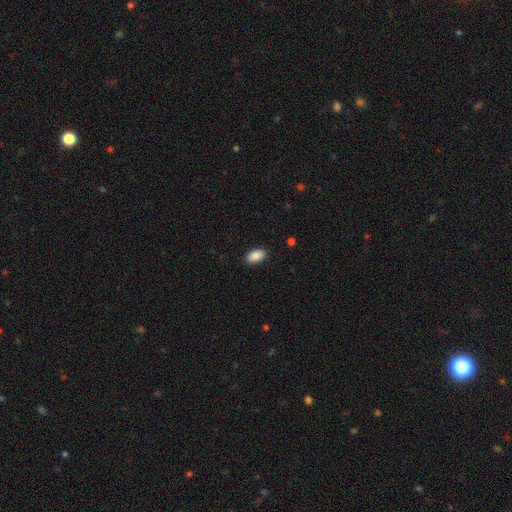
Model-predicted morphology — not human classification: Smooth or featured?
  - smooth: 89% *
  - star or artifact: 7%
  - featured or disk: 4%
How rounded?
  - in between: 94% *
  - round: 4%
  - cigar-shaped: 2%
Merging?
  - none: 89% *
  - minor disturbance: 8%
  - major disturbance: 2%
  - merger: 1%